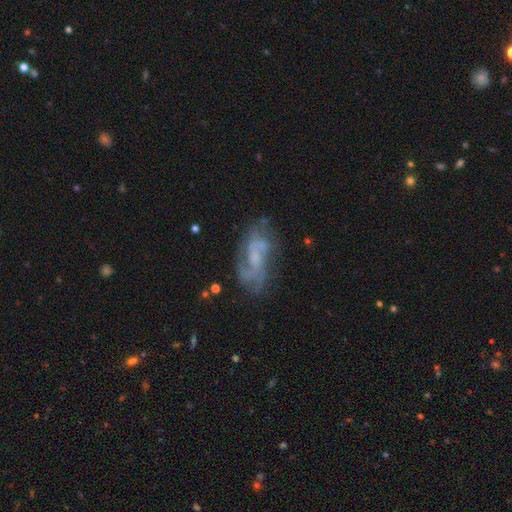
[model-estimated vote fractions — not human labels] smooth-or-featured: featured or disk: 76% | smooth: 14% | star or artifact: 10%
  disk-edge-on: no: 93% | yes: 7%
    bar: no: 47% | weak: 43% | strong: 10%
    has-spiral-arms: yes: 89% | no: 11%
      spiral-winding: medium: 44% | loose: 31% | tight: 25%
      spiral-arm-count: 2: 45% | can't tell: 26% | 3: 15% | 4: 5% | 1: 5% | more than 4: 4%
    bulge-size: small: 42% | none: 28% | moderate: 25% | large: 3% | dominant: 1%
  merging: none: 64% | minor disturbance: 19% | major disturbance: 13% | merger: 3%